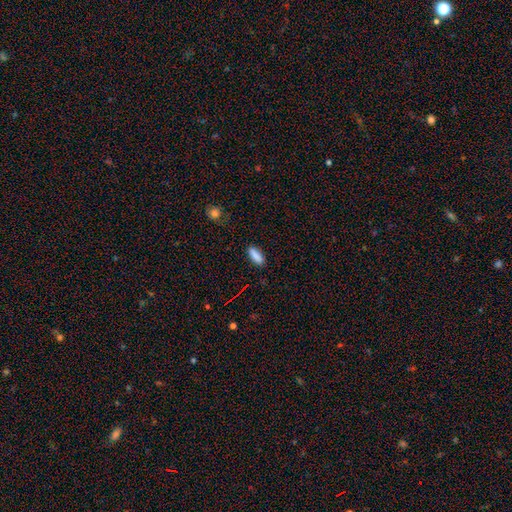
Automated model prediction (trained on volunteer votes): Smooth or featured? Predicted: smooth (p=0.87). How rounded? Predicted: in between (p=0.60). Merging? Predicted: none (p=0.86).